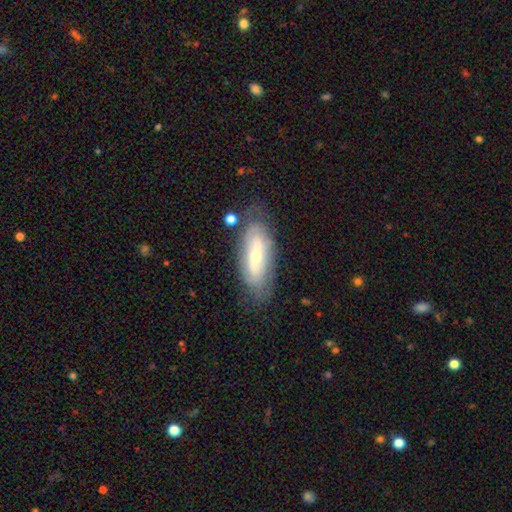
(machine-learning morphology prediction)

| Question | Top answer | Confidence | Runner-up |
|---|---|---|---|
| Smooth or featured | featured or disk | 56% | smooth (37%) |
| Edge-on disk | no | 79% | yes (21%) |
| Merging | none | 73% | minor disturbance (18%) |